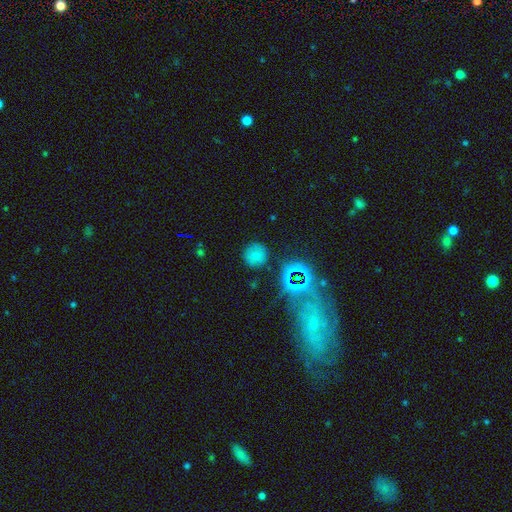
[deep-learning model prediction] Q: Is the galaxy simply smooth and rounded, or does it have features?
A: smooth — 69%.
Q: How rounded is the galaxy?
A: round — 91%.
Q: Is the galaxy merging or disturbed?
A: none — 82%.